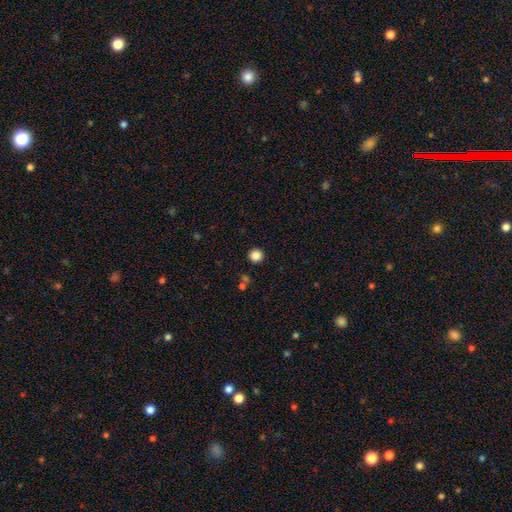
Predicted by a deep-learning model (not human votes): Q: Smooth or featured?
A: smooth (86%); runner-up: star or artifact (11%)
Q: How rounded?
A: round (95%); runner-up: in between (4%)
Q: Merging?
A: none (91%); runner-up: minor disturbance (5%)